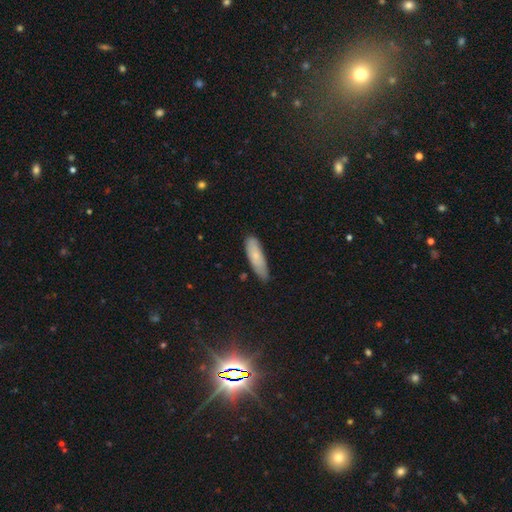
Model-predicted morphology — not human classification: The model was most divided on "how rounded": cigar-shaped: 54%, in between: 44%, round: 2%. More confident: smooth or featured — smooth (74%); merging — none (73%).